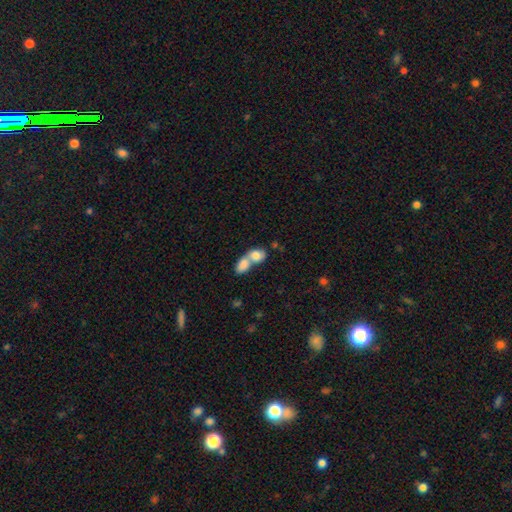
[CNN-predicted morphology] Smooth or featured?
  - smooth: 80% *
  - featured or disk: 13%
  - star or artifact: 7%
How rounded?
  - in between: 71% *
  - round: 26%
  - cigar-shaped: 3%
Merging?
  - merger: 77% *
  - none: 15%
  - minor disturbance: 5%
  - major disturbance: 3%